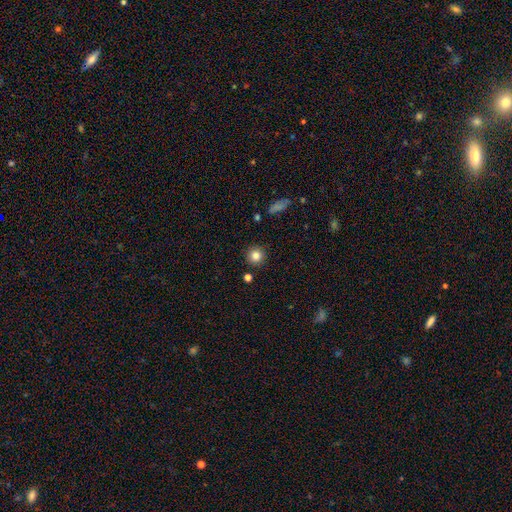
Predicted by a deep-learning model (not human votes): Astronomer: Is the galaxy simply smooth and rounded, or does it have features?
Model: smooth — 83%.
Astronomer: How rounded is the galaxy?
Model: round — 94%.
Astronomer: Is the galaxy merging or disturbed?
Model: none — 89%.